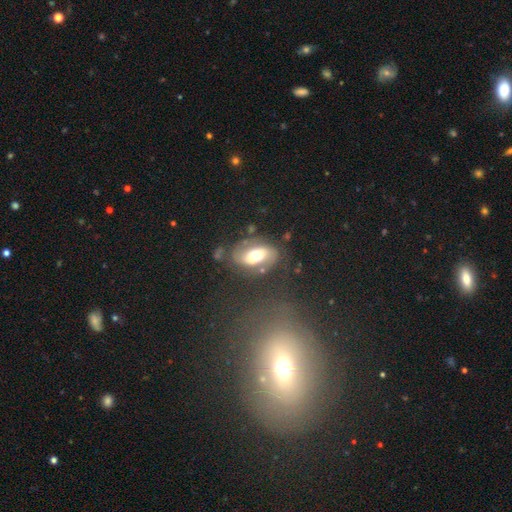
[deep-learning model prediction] The model was most divided on "smooth or featured": featured or disk: 54%, smooth: 39%, star or artifact: 7%. More confident: edge-on disk — no (92%); merging — none (66%).